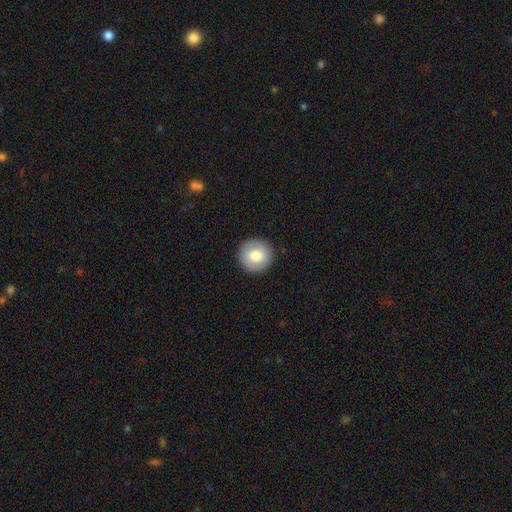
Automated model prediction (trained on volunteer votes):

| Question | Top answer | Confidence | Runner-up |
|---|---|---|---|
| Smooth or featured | smooth | 77% | featured or disk (15%) |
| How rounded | round | 95% | in between (4%) |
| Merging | none | 92% | minor disturbance (6%) |